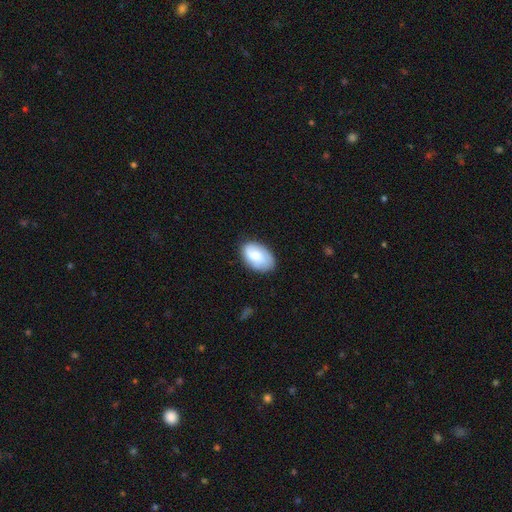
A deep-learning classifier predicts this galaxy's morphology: Smooth or featured? smooth (69%)
How rounded? in between (90%)
Merging? none (78%)